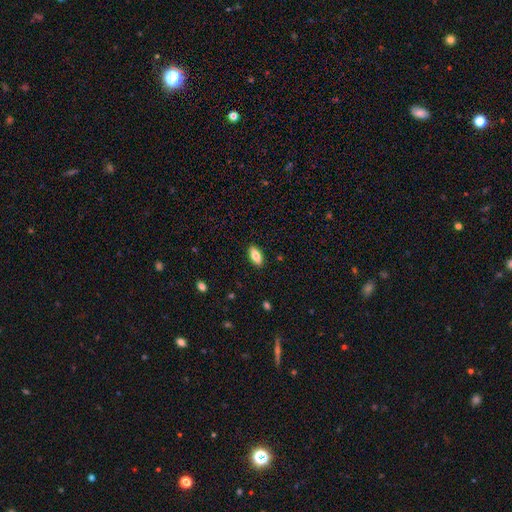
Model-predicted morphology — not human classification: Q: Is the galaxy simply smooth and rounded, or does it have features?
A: smooth — 78%.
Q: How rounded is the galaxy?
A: in between — 82%.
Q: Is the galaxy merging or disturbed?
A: none — 89%.